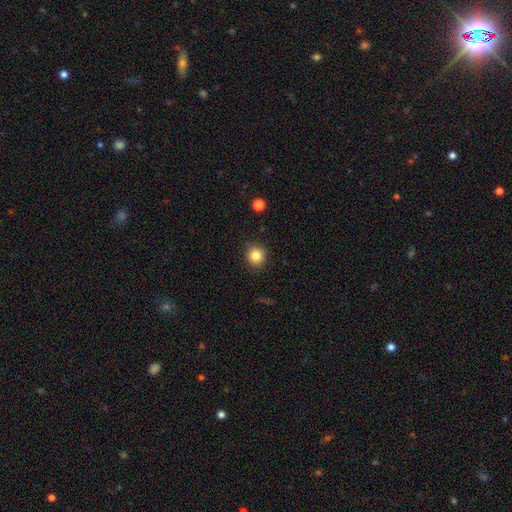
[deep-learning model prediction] Smooth or featured? Predicted: smooth (p=0.84). How rounded? Predicted: round (p=0.90). Merging? Predicted: none (p=0.89).